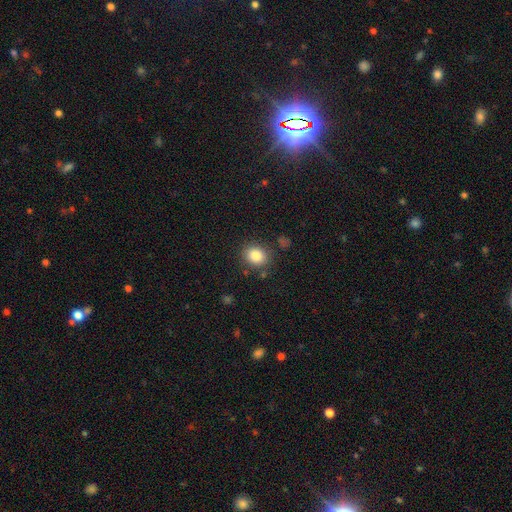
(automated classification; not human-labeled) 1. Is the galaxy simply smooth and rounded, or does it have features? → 84% smooth, 10% star or artifact, 6% featured or disk.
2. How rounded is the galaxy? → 63% round, 36% in between, 1% cigar-shaped.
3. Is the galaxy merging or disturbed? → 84% none, 10% minor disturbance, 3% major disturbance, 3% merger.